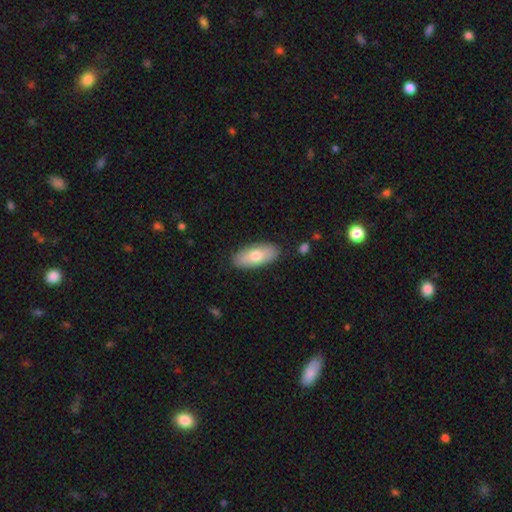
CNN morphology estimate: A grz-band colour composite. It shows a smooth galaxy with no disk features (72%) that is in between round and cigar-shaped (86%). Merging: none (86%).